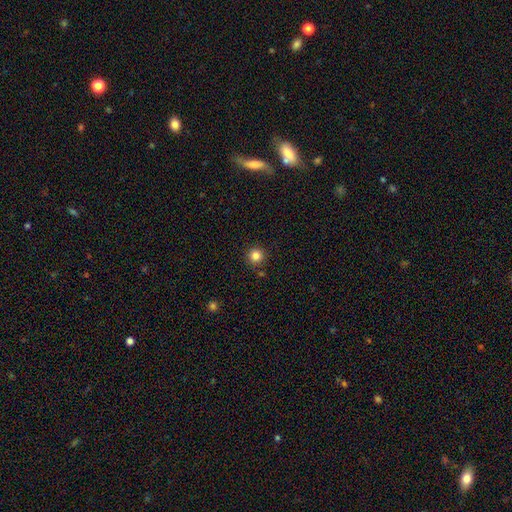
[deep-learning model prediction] A smooth galaxy with no disk features (84%) that is round (96%). Merging: none (89%).